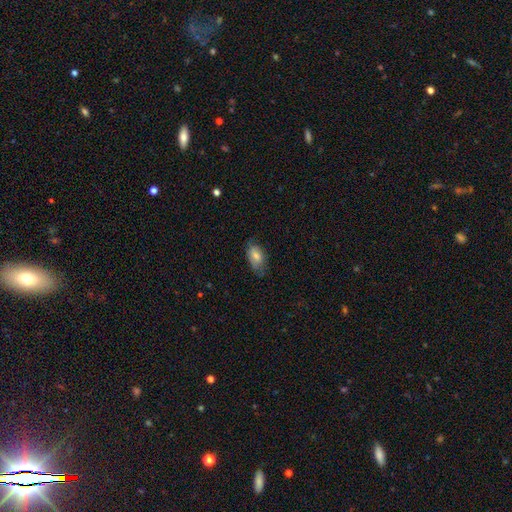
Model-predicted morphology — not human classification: smooth 70%, featured or disk 21%, star or artifact 9%. Down the decision tree: how rounded — in between (91%); merging — none (68%).